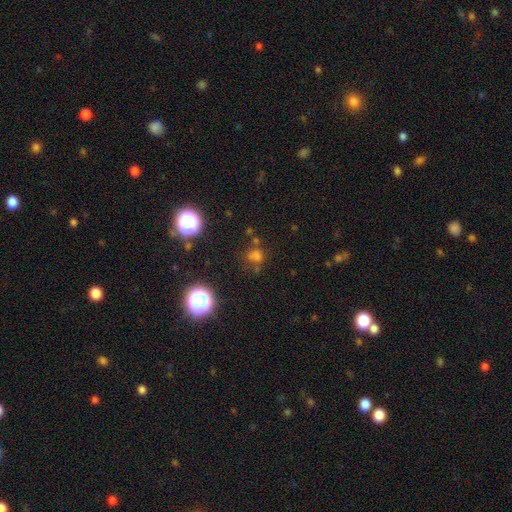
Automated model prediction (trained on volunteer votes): Smooth or featured: smooth — 57% (star or artifact — 32%)
How rounded: round — 73% (in between — 25%)
Merging: none — 58% (minor disturbance — 17%)